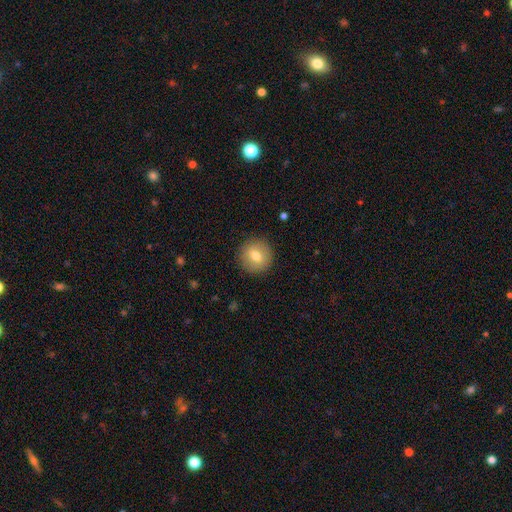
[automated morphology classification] Overall: smooth (73%). How rounded: round (92%). Merging: none (90%).